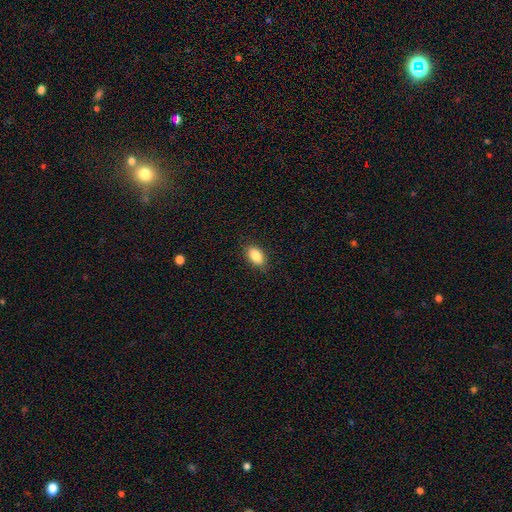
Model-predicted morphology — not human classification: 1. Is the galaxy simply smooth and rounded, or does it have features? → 87% smooth, 8% star or artifact, 6% featured or disk.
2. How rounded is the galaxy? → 90% in between, 7% round, 3% cigar-shaped.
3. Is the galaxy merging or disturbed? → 84% none, 12% minor disturbance, 3% major disturbance, 1% merger.